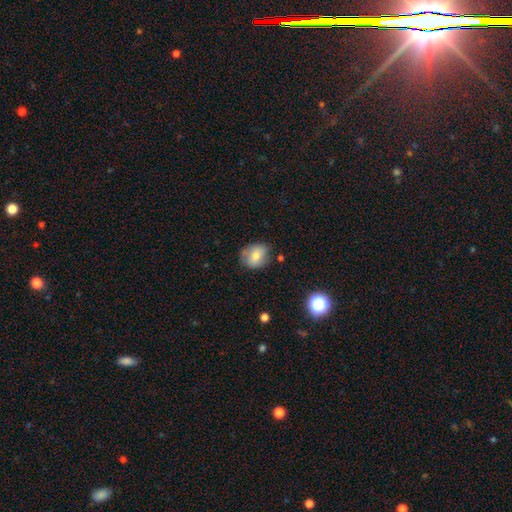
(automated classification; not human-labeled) This is likely a smooth galaxy (71%). How rounded: likely round (60%). Merging: likely none (70%).